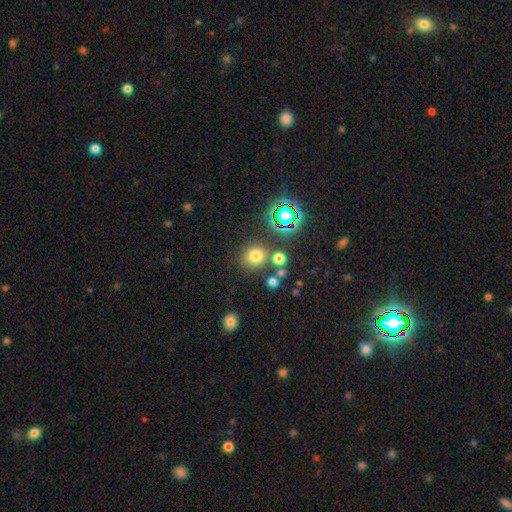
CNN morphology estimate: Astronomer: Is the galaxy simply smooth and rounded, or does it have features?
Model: smooth — 70%.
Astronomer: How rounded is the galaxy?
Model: round — 87%.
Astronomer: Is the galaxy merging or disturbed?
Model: none — 77%.